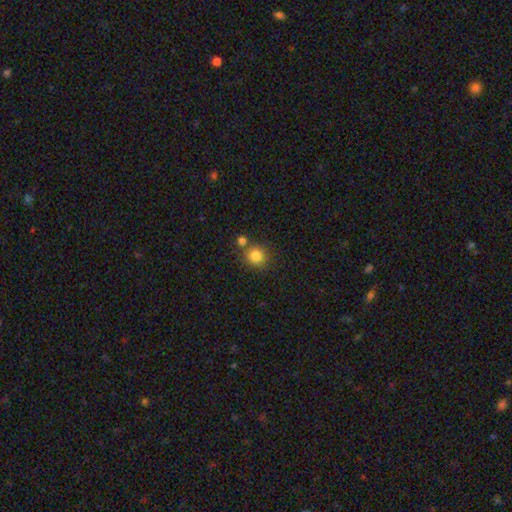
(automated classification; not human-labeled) A smooth galaxy with no disk features (82%) that is round (88%). Merging: none (69%).